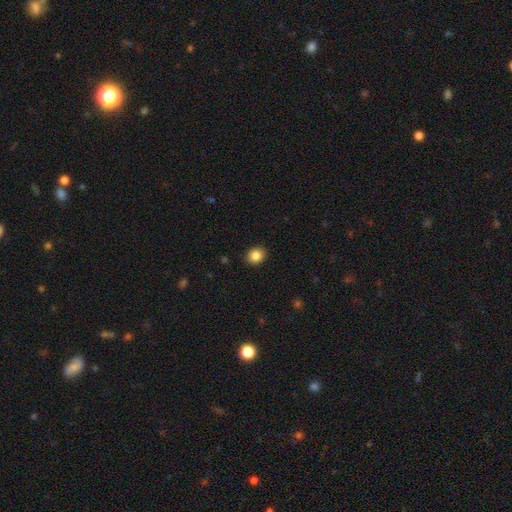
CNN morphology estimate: A smooth galaxy with no disk features (86%) that is round (65%).

Vote fractions:
- Smooth or featured? smooth: 86% / star or artifact: 10% / featured or disk: 5%
- How rounded? round: 65% / in between: 35% / cigar-shaped: 1%
- Merging? none: 90% / minor disturbance: 7% / major disturbance: 2% / merger: 1%